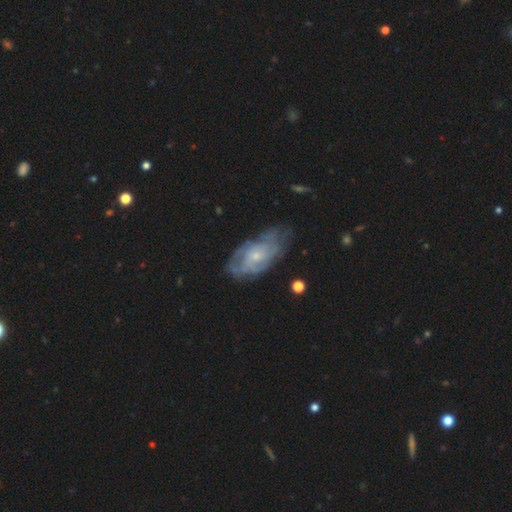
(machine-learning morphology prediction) Smooth or featured?
  - featured or disk: 70% *
  - smooth: 23%
  - star or artifact: 7%
Edge-on disk?
  - no: 93% *
  - yes: 7%
Bar?
  - no: 75% *
  - weak: 22%
  - strong: 3%
Spiral arms?
  - yes: 80% *
  - no: 20%
Spiral winding?
  - tight: 57% *
  - medium: 33%
  - loose: 11%
Spiral arm count?
  - can't tell: 58% *
  - 2: 17%
  - 3: 10%
  - 4: 7%
  - more than 4: 4%
  - 1: 4%
Bulge size?
  - small: 67% *
  - moderate: 27%
  - none: 4%
  - large: 2%
  - dominant: 1%
Merging?
  - none: 62% *
  - minor disturbance: 26%
  - major disturbance: 10%
  - merger: 2%